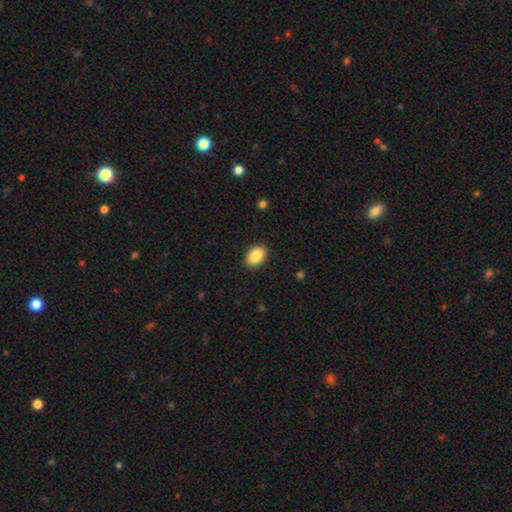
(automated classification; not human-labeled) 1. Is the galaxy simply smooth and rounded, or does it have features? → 88% smooth, 7% star or artifact, 5% featured or disk.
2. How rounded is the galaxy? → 88% in between, 11% round, 1% cigar-shaped.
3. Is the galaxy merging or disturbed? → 89% none, 8% minor disturbance, 2% major disturbance, 1% merger.